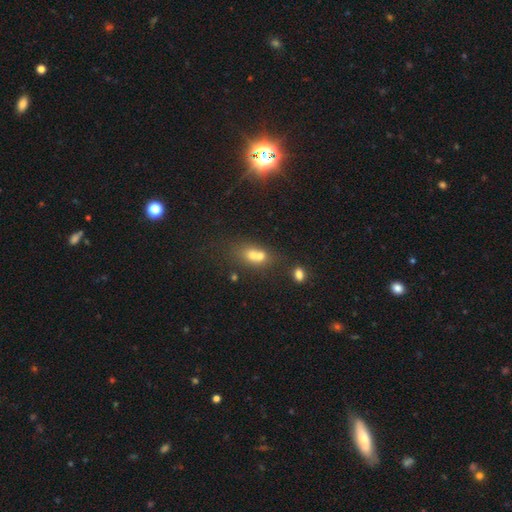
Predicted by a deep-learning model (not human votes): Smooth or featured? Predicted: smooth (p=0.64). How rounded? Predicted: round (p=0.49). Merging? Predicted: merger (p=0.64).